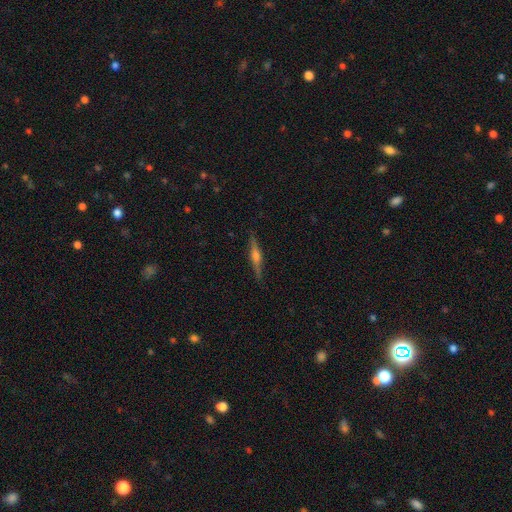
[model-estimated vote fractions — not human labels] smooth_or_featured: featured or disk (p=0.75) [alt: smooth p=0.19]
disk_edge_on: yes (p=0.98) [alt: no p=0.02]
edge_on_bulge: rounded (p=0.84) [alt: boxy p=0.12]
merging: none (p=0.89) [alt: minor disturbance p=0.09]